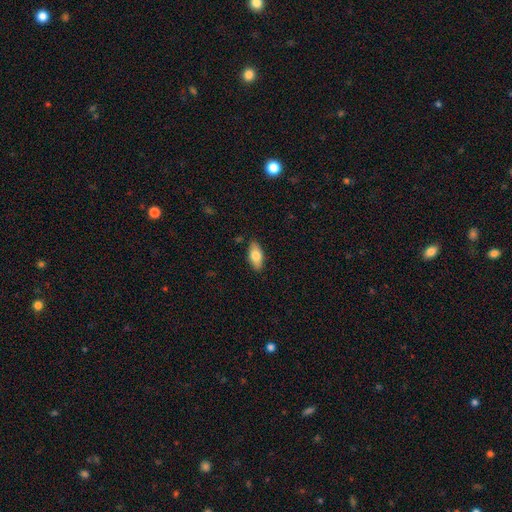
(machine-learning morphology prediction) Overall: smooth (78%). How rounded: in between (88%). Merging: none (87%).